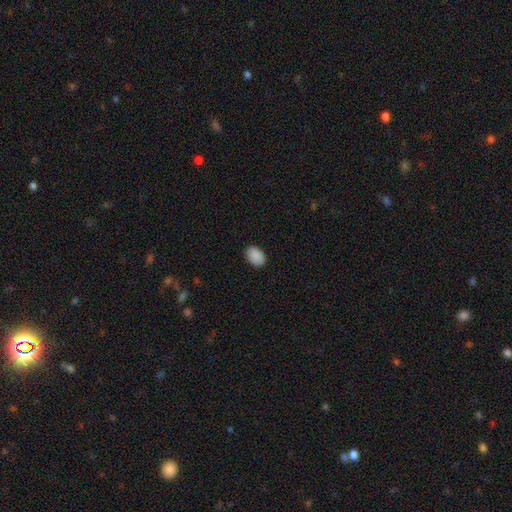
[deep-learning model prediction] Smooth or featured?
  - smooth: 90% *
  - star or artifact: 7%
  - featured or disk: 3%
How rounded?
  - in between: 85% *
  - round: 14%
  - cigar-shaped: 1%
Merging?
  - none: 87% *
  - minor disturbance: 10%
  - major disturbance: 2%
  - merger: 1%